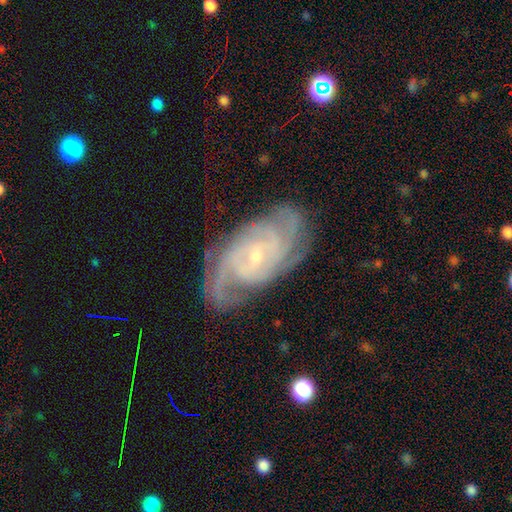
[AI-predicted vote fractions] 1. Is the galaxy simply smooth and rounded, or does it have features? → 90% featured or disk, 5% star or artifact, 5% smooth.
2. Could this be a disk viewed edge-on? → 96% no, 4% yes.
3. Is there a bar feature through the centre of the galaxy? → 48% no, 39% weak, 12% strong.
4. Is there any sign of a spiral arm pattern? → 98% yes, 2% no.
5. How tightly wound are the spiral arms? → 67% tight, 29% medium, 5% loose.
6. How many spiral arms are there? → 26% 3, 21% 2, 20% 4, 19% can't tell, 8% more than 4, 7% 1.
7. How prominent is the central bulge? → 77% small, 19% moderate, 2% none, 1% large, 1% dominant.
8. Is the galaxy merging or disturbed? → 77% none, 16% minor disturbance, 5% major disturbance, 1% merger.